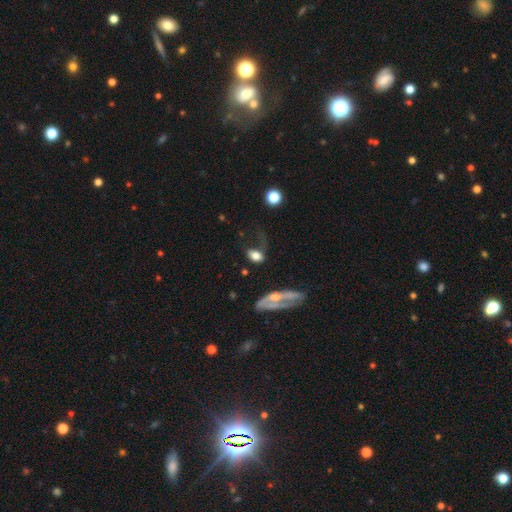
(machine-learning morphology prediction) Smooth or featured? smooth (65%)
How rounded? in between (71%)
Merging? major disturbance (44%)